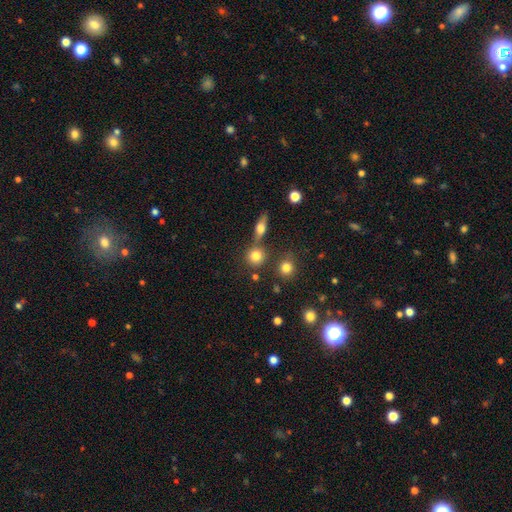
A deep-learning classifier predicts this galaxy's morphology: Smooth or featured: smooth — 79% (star or artifact — 11%)
How rounded: round — 88% (in between — 10%)
Merging: none — 70% (merger — 18%)